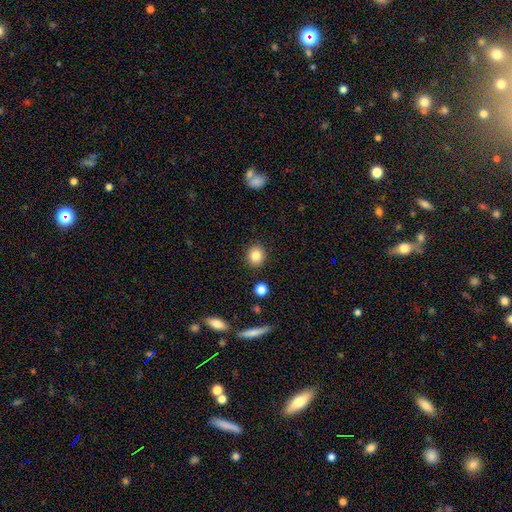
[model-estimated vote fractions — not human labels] This is clearly a smooth galaxy (83%). How rounded: clearly round (86%). Merging: clearly none (90%).